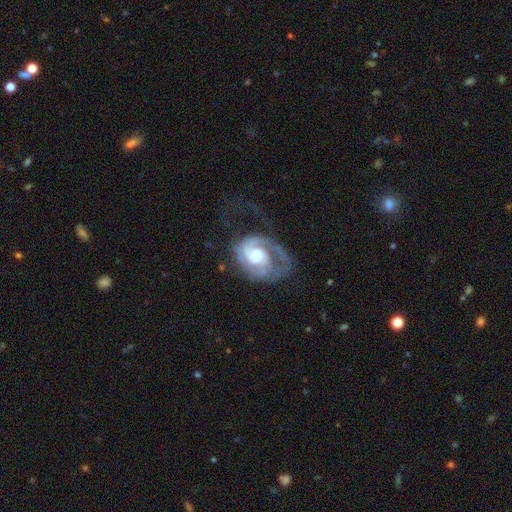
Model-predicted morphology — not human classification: Smooth or featured? Predicted: featured or disk (p=0.83). Edge-on disk? Predicted: no (p=0.98). Bar? Predicted: no (p=0.66). Spiral arms? Predicted: yes (p=0.94). Spiral winding? Predicted: tight (p=0.47). Spiral arm count? Predicted: 2 (p=0.43). Bulge size? Predicted: moderate (p=0.52). Merging? Predicted: none (p=0.46).